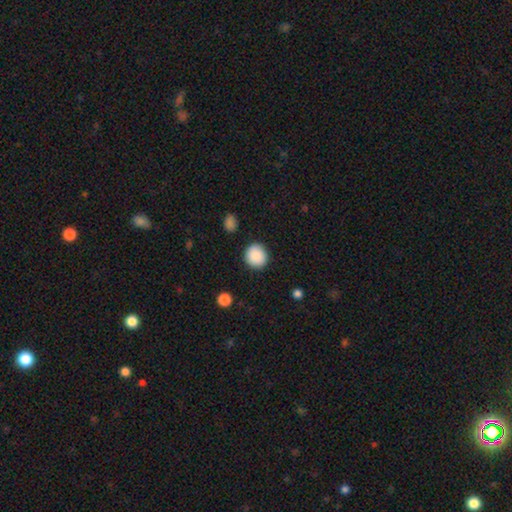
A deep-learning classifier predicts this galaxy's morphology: Smooth or featured: smooth — 89% (star or artifact — 8%)
How rounded: round — 90% (in between — 9%)
Merging: none — 89% (minor disturbance — 7%)